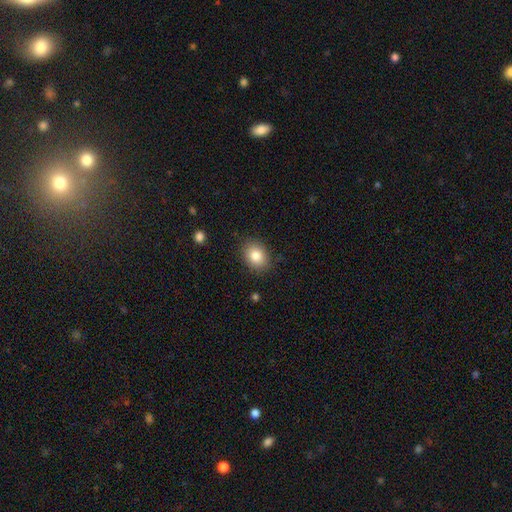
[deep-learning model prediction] Smooth or featured? Predicted: smooth (p=0.84). How rounded? Predicted: in between (p=0.52). Merging? Predicted: none (p=0.84).